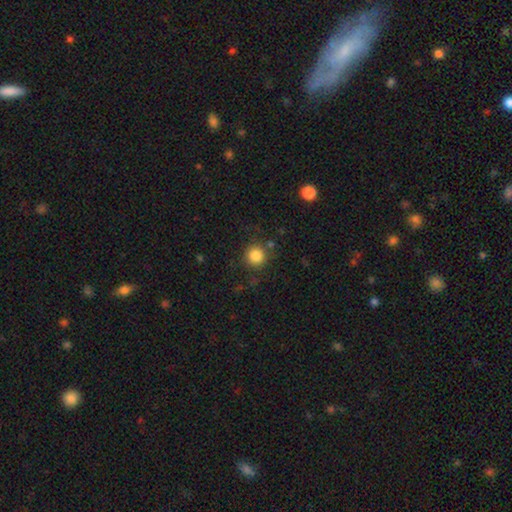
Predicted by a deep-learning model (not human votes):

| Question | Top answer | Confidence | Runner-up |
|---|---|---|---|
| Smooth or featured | smooth | 84% | star or artifact (11%) |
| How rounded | round | 94% | in between (5%) |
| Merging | none | 85% | minor disturbance (9%) |